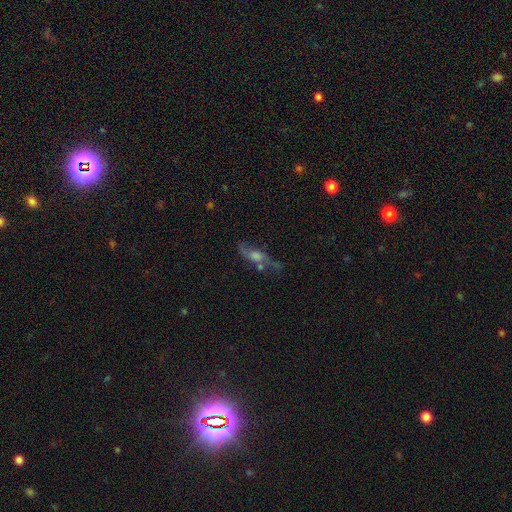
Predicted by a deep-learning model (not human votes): Smooth or featured? featured or disk (62%)
Edge-on disk? no (70%)
Merging? none (52%)